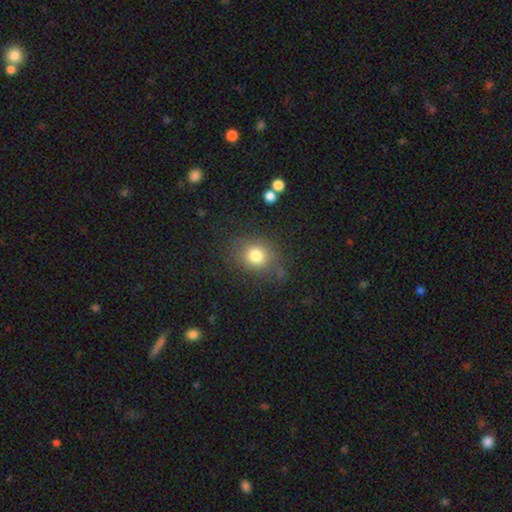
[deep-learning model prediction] Morphology: type=smooth (79%); roundness=round (69%); merging=none (75%).